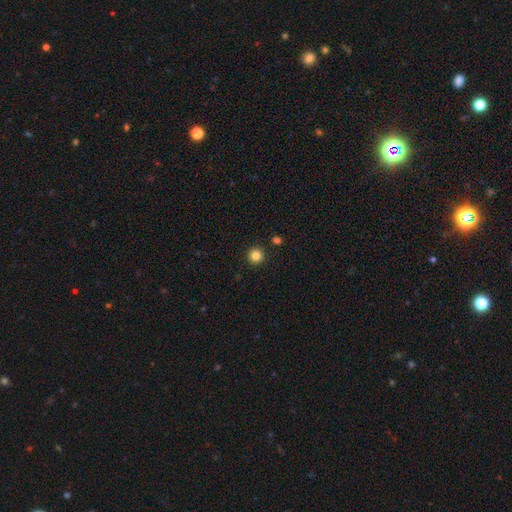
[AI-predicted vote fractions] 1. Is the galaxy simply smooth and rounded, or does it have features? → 84% smooth, 12% star or artifact, 4% featured or disk.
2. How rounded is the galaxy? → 95% round, 4% in between, 1% cigar-shaped.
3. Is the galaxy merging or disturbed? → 92% none, 5% minor disturbance, 2% merger, 2% major disturbance.